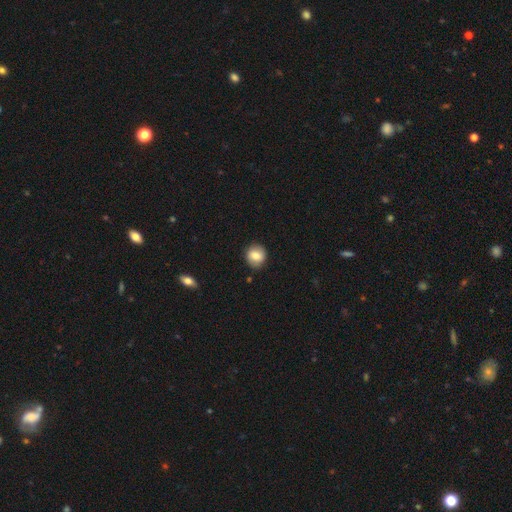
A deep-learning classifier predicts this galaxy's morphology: Smooth or featured: smooth — 77% (featured or disk — 15%)
How rounded: round — 79% (in between — 19%)
Merging: none — 86% (minor disturbance — 10%)